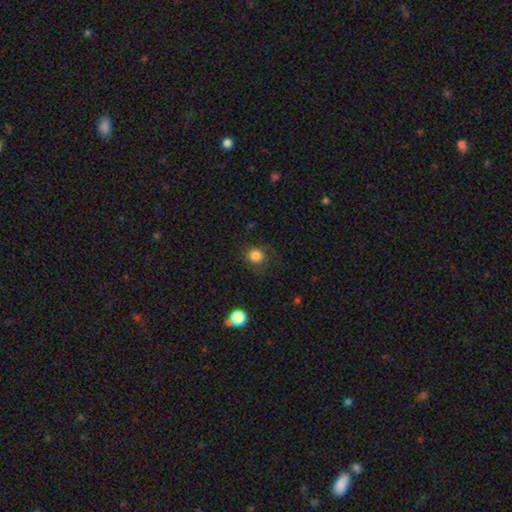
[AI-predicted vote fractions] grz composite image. It shows a smooth galaxy with no disk features (83%) that is round (88%). Merging: none (80%).